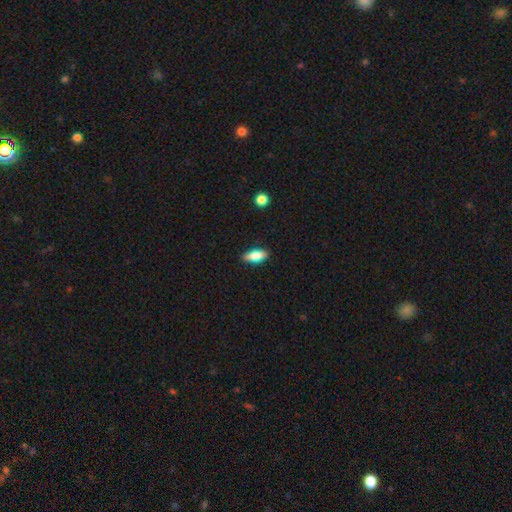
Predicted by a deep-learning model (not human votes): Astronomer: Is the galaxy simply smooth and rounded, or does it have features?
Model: smooth — 75%.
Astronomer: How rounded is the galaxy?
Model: in between — 74%.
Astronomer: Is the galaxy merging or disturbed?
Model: none — 86%.